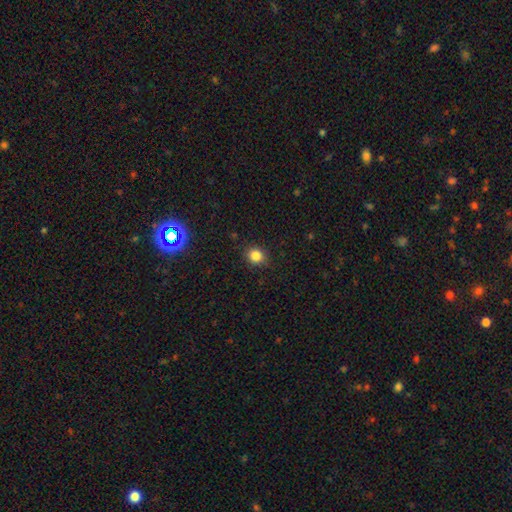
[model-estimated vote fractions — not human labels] smooth 84%, star or artifact 12%, featured or disk 4%. Down the decision tree: how rounded — round (75%); merging — none (88%).